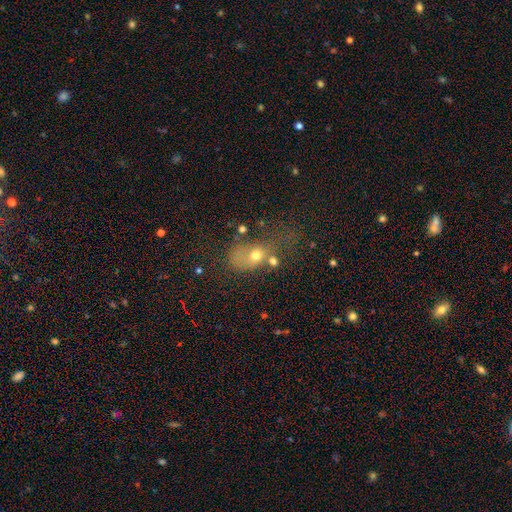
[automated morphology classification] Smooth or featured?
  - smooth: 63% *
  - featured or disk: 22%
  - star or artifact: 15%
How rounded?
  - in between: 59% *
  - round: 38%
  - cigar-shaped: 3%
Merging?
  - major disturbance: 32% *
  - merger: 26%
  - none: 24%
  - minor disturbance: 17%